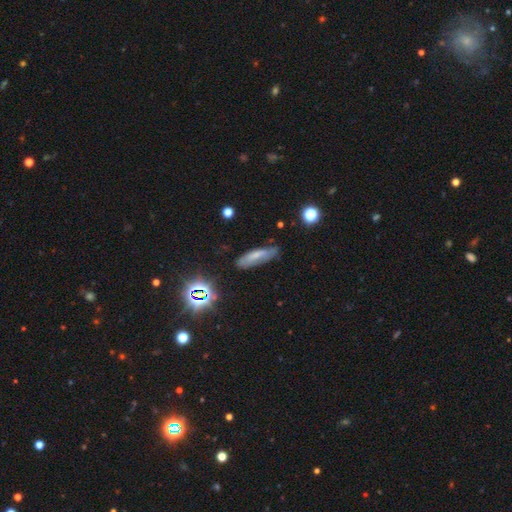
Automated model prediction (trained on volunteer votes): Smooth or featured? Predicted: smooth (p=0.51). How rounded? Predicted: cigar-shaped (p=0.55). Merging? Predicted: none (p=0.66).